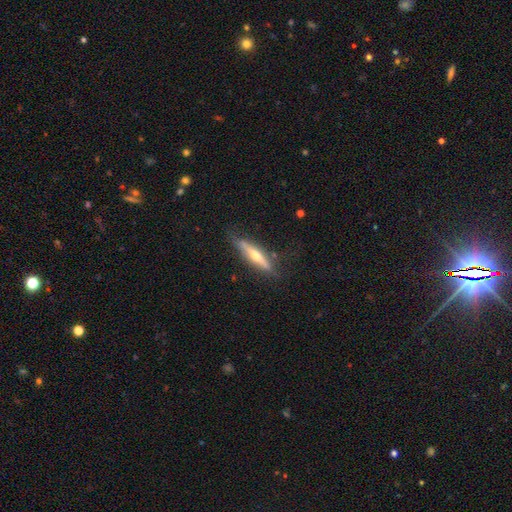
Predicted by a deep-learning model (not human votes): Q: Smooth or featured?
A: featured or disk (63%); runner-up: smooth (31%)
Q: Edge-on disk?
A: yes (92%); runner-up: no (8%)
Q: Edge-on bulge?
A: rounded (87%); runner-up: none (8%)
Q: Merging?
A: none (74%); runner-up: minor disturbance (19%)